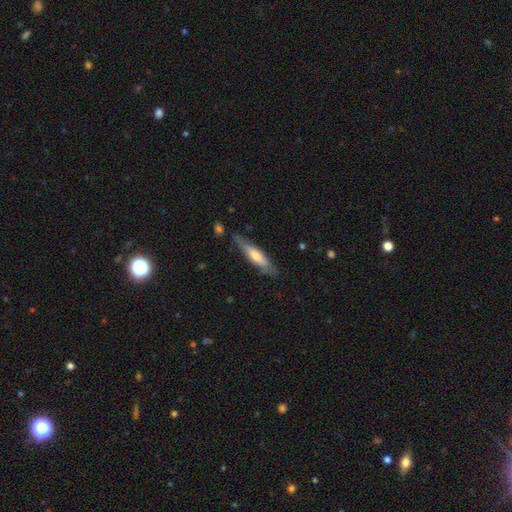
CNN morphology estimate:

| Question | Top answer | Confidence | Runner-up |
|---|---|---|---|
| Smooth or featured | smooth | 49% | featured or disk (45%) |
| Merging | none | 76% | minor disturbance (18%) |